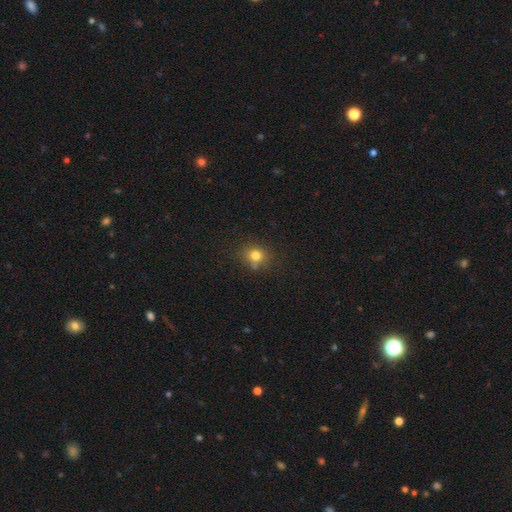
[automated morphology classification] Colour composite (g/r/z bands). It shows a smooth galaxy with no disk features (78%) that is round (75%). Merging: none (69%).